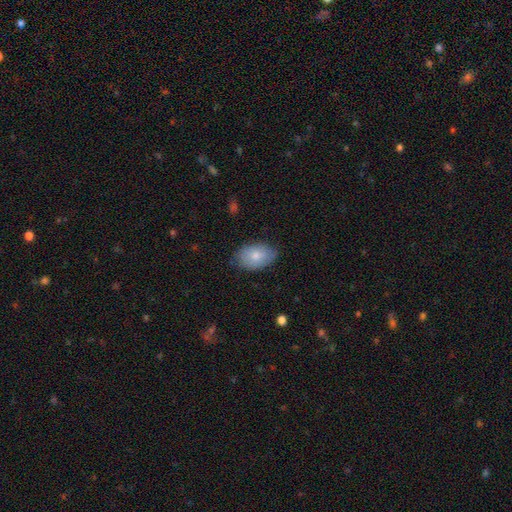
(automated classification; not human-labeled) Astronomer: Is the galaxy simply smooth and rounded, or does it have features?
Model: smooth — 79%.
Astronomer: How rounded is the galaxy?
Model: in between — 91%.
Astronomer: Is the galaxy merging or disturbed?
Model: none — 77%.